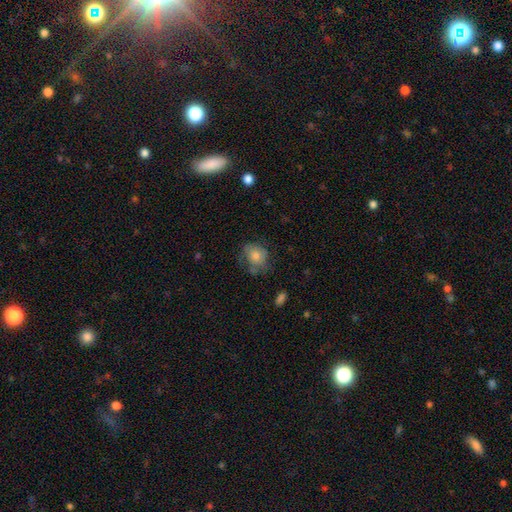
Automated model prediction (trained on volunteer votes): This is likely a smooth galaxy (66%). How rounded: likely round (66%). Merging: likely none (60%).